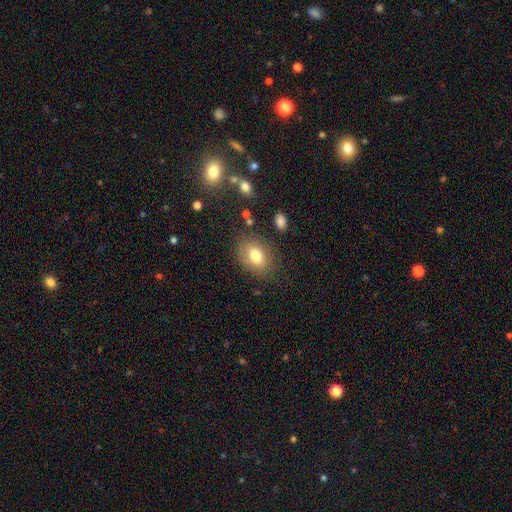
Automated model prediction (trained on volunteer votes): smooth 77%, featured or disk 13%, star or artifact 10%. Down the decision tree: how rounded — in between (72%); merging — none (78%).